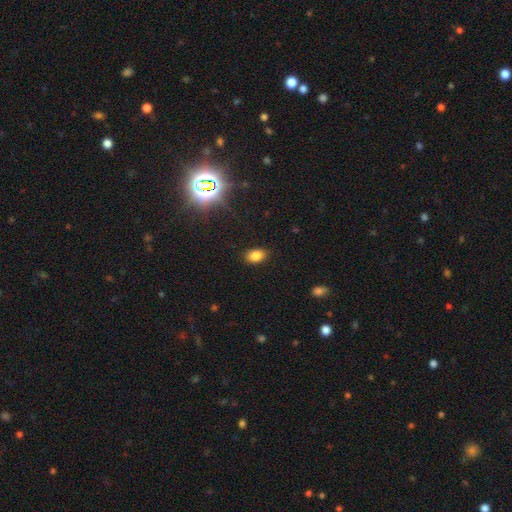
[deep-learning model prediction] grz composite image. It shows a smooth galaxy with no disk features (83%) that is in between round and cigar-shaped (85%). Merging: none (87%).